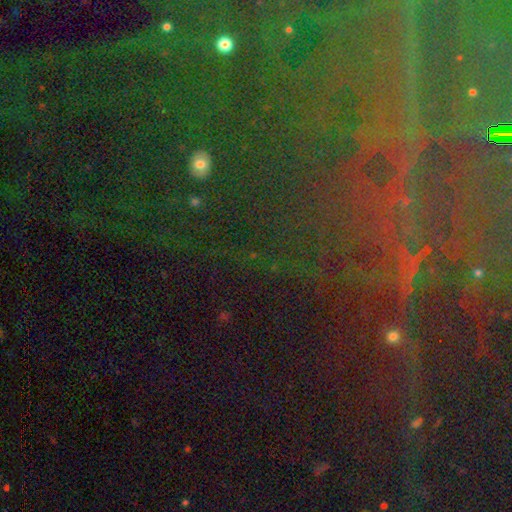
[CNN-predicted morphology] Smooth or featured?
  - star or artifact: 73% *
  - featured or disk: 15%
  - smooth: 12%